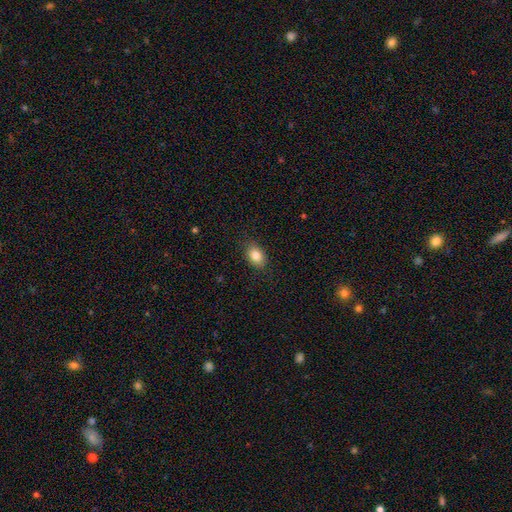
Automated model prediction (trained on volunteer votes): A smooth galaxy with no disk features (84%) that is in between round and cigar-shaped (77%). Merging: none (86%).